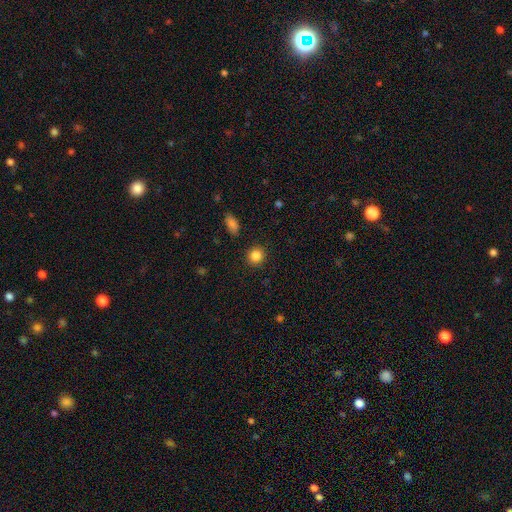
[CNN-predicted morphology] smooth-or-featured: smooth: 86% | star or artifact: 10% | featured or disk: 4%
  how-rounded: round: 90% | in between: 9% | cigar-shaped: 1%
  merging: none: 91% | minor disturbance: 6% | major disturbance: 2% | merger: 1%